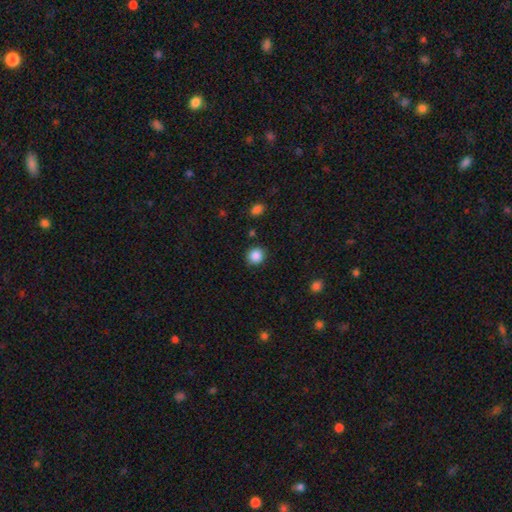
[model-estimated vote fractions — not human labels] Smooth or featured? Predicted: smooth (p=0.87). How rounded? Predicted: round (p=0.89). Merging? Predicted: none (p=0.89).